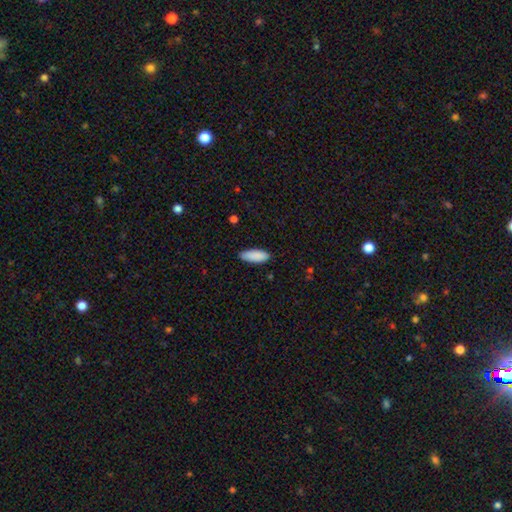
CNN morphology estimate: Smooth or featured? Predicted: smooth (p=0.90). How rounded? Predicted: in between (p=0.74). Merging? Predicted: none (p=0.86).